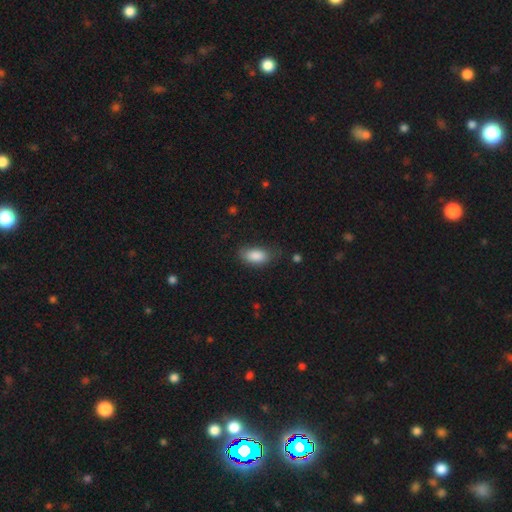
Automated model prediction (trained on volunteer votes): smooth 86%, featured or disk 7%, star or artifact 7%. Down the decision tree: how rounded — in between (92%); merging — none (68%).